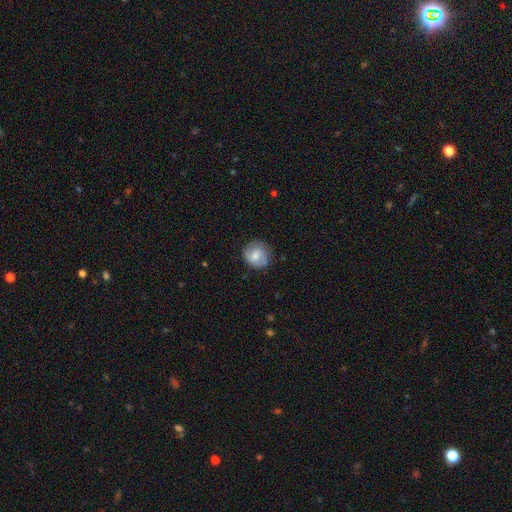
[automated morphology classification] The model was most divided on "smooth or featured": smooth: 57%, featured or disk: 36%, star or artifact: 7%. More confident: how rounded — round (85%); merging — none (78%).